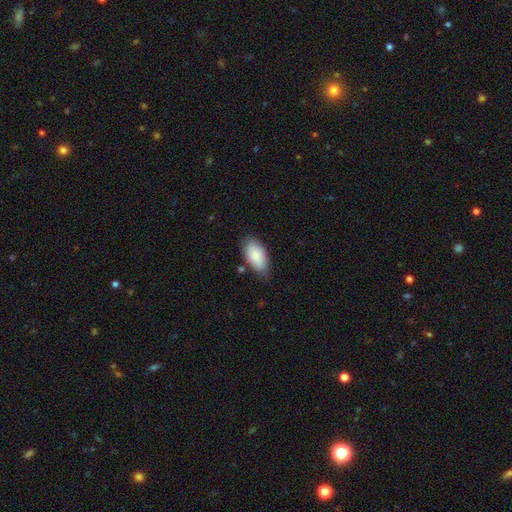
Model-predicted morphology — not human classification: smooth-or-featured: smooth: 86% | featured or disk: 8% | star or artifact: 6%
  how-rounded: in between: 94% | cigar-shaped: 3% | round: 3%
  merging: none: 75% | minor disturbance: 19% | major disturbance: 3% | merger: 3%